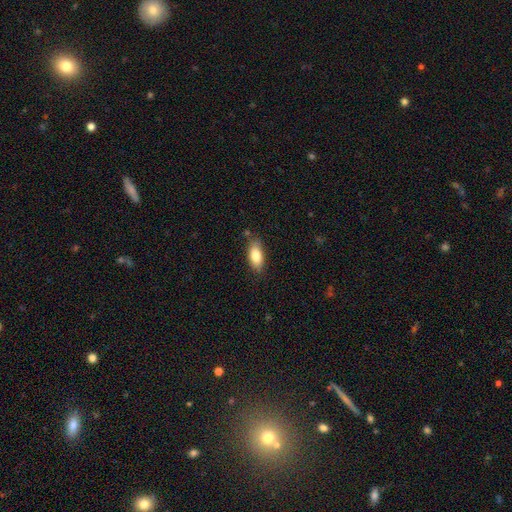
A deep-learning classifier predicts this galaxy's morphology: A smooth galaxy with no disk features (84%) that is in between round and cigar-shaped (88%).

Vote fractions:
- Smooth or featured? smooth: 84% / featured or disk: 10% / star or artifact: 7%
- How rounded? in between: 88% / cigar-shaped: 9% / round: 3%
- Merging? none: 78% / minor disturbance: 17% / major disturbance: 3% / merger: 2%